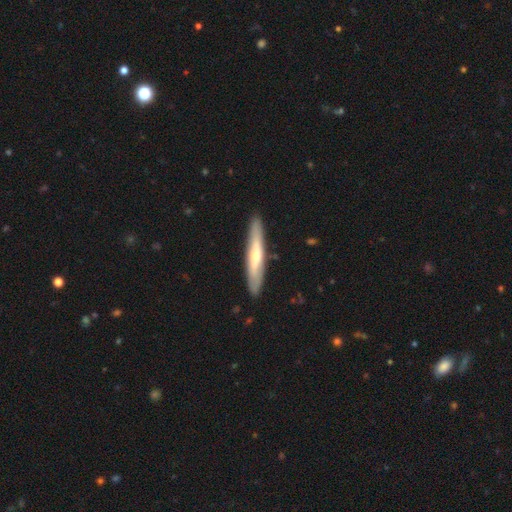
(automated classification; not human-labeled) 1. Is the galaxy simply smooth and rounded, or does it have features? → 50% featured or disk, 45% smooth, 5% star or artifact.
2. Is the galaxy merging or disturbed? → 89% none, 9% minor disturbance, 2% major disturbance, 1% merger.